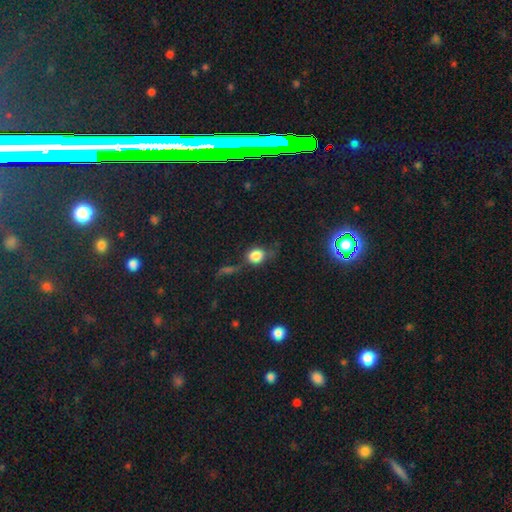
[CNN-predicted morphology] type=smooth (77%); roundness=round (65%); merging=none (55%).